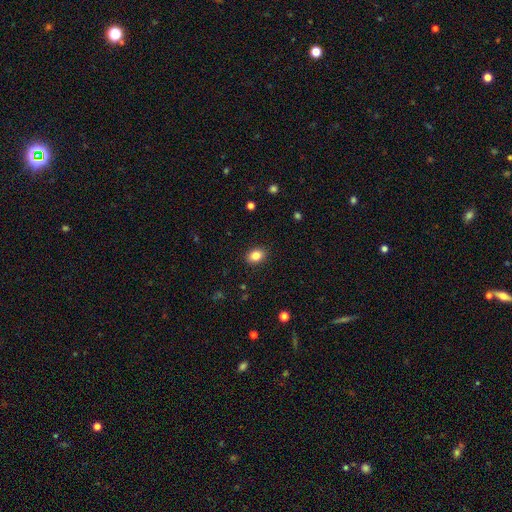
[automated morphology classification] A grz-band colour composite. It shows a smooth galaxy with no disk features (84%) that is in between round and cigar-shaped (64%). Merging: none (89%).